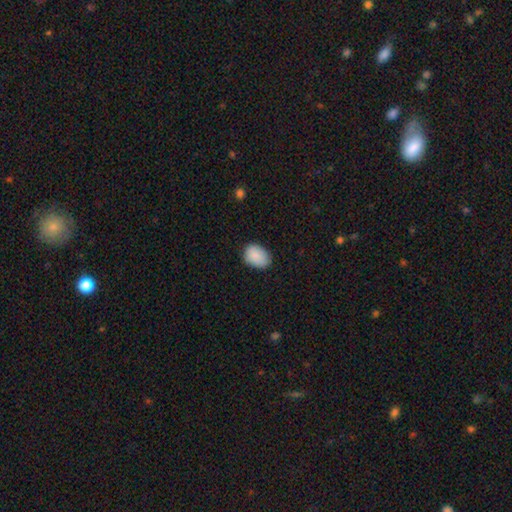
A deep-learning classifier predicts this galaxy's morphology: smooth-or-featured: smooth: 89% | star or artifact: 7% | featured or disk: 4%
  how-rounded: in between: 79% | round: 20% | cigar-shaped: 1%
  merging: none: 77% | minor disturbance: 19% | major disturbance: 3% | merger: 1%